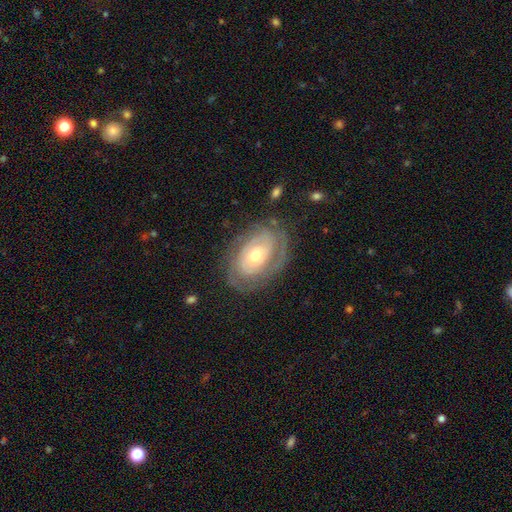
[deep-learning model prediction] smooth_or_featured: featured or disk (p=0.80) [alt: smooth p=0.15]
disk_edge_on: no (p=0.95) [alt: yes p=0.05]
bar: no (p=0.73) [alt: weak p=0.20]
has_spiral_arms: yes (p=0.82) [alt: no p=0.18]
spiral_winding: tight (p=0.72) [alt: medium p=0.21]
spiral_arm_count: 2 (p=0.37) [alt: can't tell p=0.36]
bulge_size: moderate (p=0.60) [alt: small p=0.34]
merging: none (p=0.73) [alt: minor disturbance p=0.17]